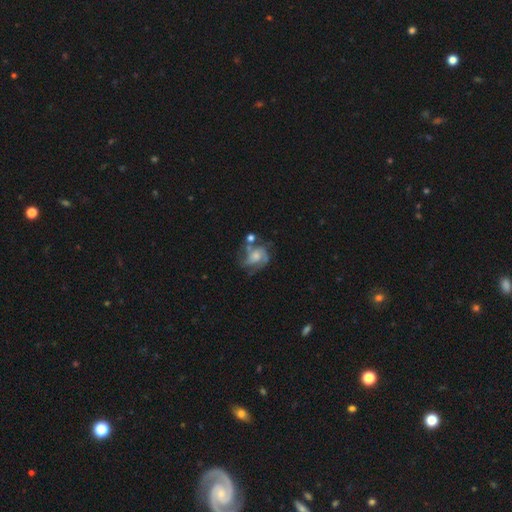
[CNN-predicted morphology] A featured or disk galaxy (75%) with no bar (66%), 3 (35%) medium (47%) spiral arms (90%) and a moderate central bulge (45%). Merging: none (45%).